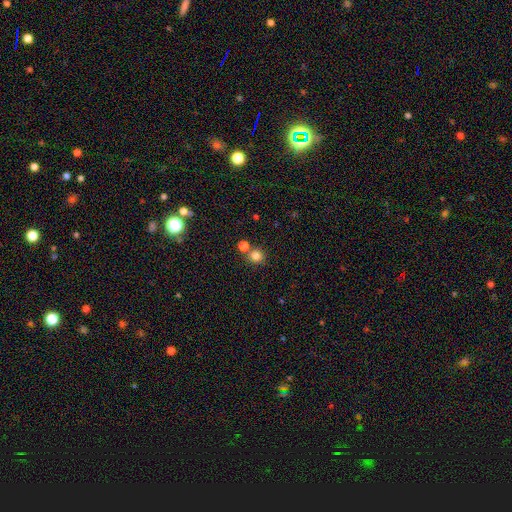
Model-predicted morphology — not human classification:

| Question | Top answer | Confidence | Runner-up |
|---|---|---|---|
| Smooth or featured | smooth | 81% | star or artifact (14%) |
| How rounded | round | 89% | in between (10%) |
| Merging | none | 68% | merger (22%) |